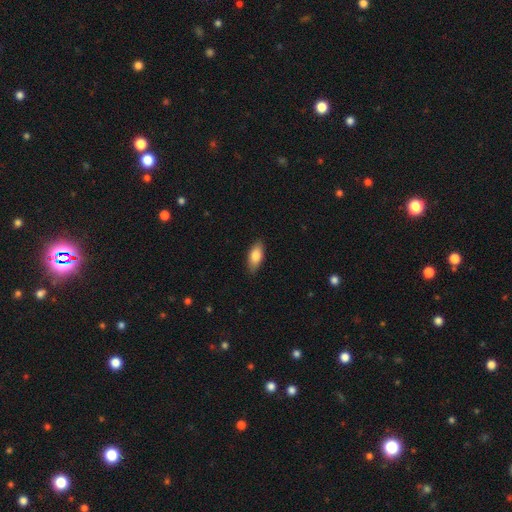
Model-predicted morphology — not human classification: smooth-or-featured: smooth: 80% | featured or disk: 14% | star or artifact: 6%
  how-rounded: in between: 83% | cigar-shaped: 14% | round: 3%
  merging: none: 87% | minor disturbance: 10% | major disturbance: 2% | merger: 1%